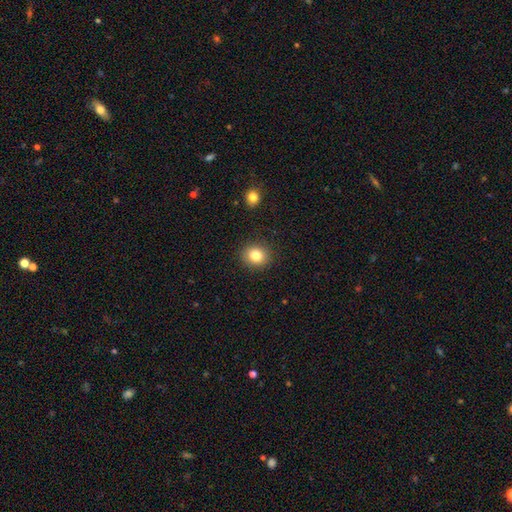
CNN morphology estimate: Smooth or featured? smooth (81%)
How rounded? round (77%)
Merging? none (90%)